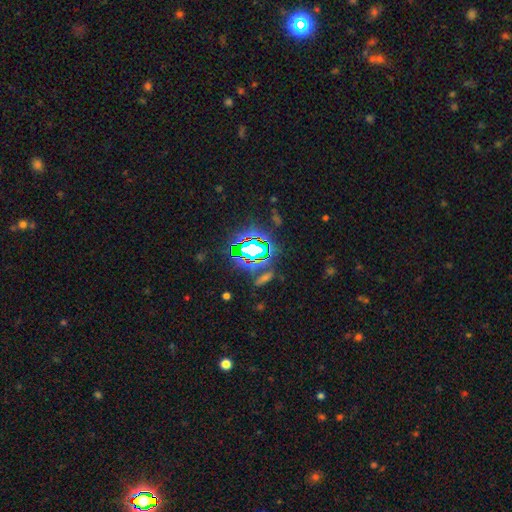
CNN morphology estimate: This is likely a star or artifact rather than a galaxy (69%).